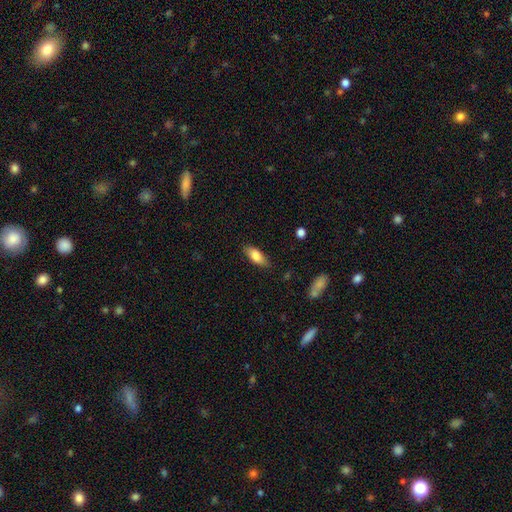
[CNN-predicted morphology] This is clearly a smooth galaxy (82%). How rounded: likely in between (78%). Merging: clearly none (81%).